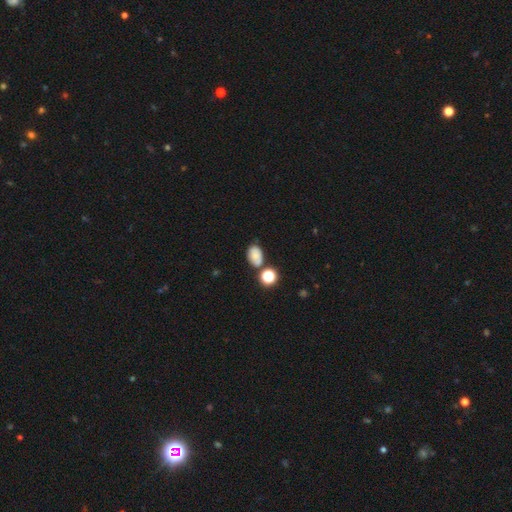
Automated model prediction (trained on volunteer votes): A smooth galaxy with no disk features (77%) that is in between round and cigar-shaped (81%).

Vote fractions:
- Smooth or featured? smooth: 77% / star or artifact: 13% / featured or disk: 10%
- How rounded? in between: 81% / round: 17% / cigar-shaped: 1%
- Merging? none: 67% / minor disturbance: 17% / merger: 12% / major disturbance: 5%